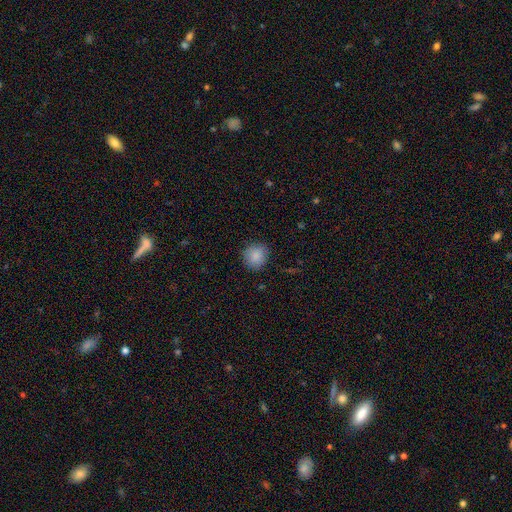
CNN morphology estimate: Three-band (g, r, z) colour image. It shows a smooth galaxy with no disk features (87%) that is round (88%). Merging: none (86%).